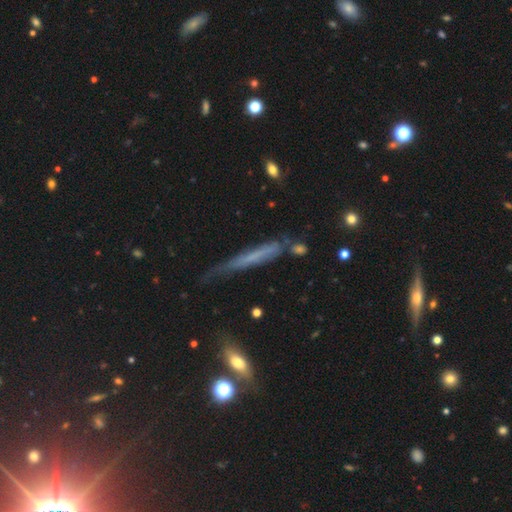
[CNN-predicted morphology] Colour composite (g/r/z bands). It shows a smooth galaxy with no disk features (47%). Merging: none (63%).